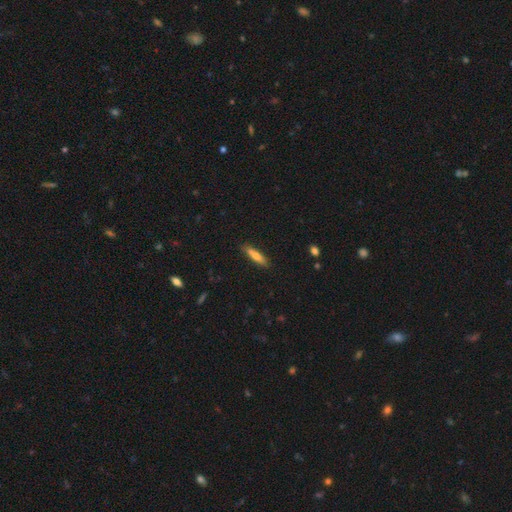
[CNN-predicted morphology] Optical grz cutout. It shows a smooth galaxy with no disk features (69%) that is cigar-shaped (79%). Merging: none (79%).